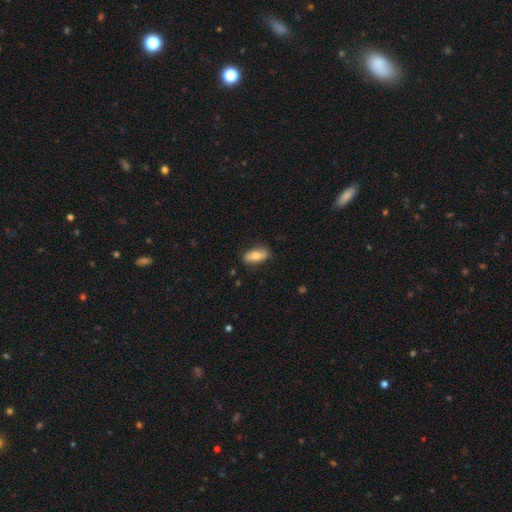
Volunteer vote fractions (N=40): Smooth or featured?
  - smooth: 78% *
  - featured or disk: 15%
  - star or artifact: 8%
How rounded?
  - in between: 84% *
  - cigar-shaped: 10%
  - round: 6%
Merging?
  - none: 86% *
  - minor disturbance: 11%
  - major disturbance: 3%
  - merger: 0%